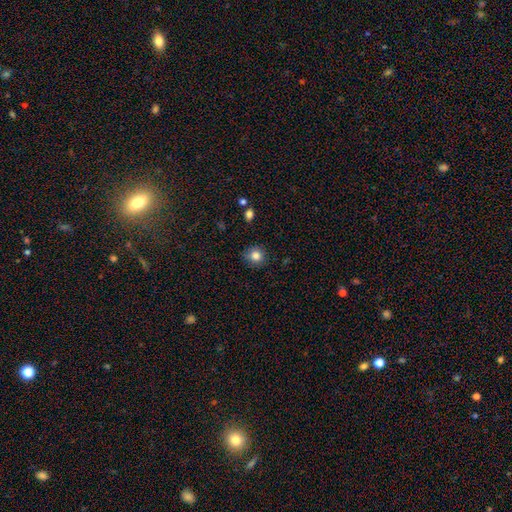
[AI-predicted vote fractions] Smooth or featured?
  - smooth: 83% *
  - star or artifact: 11%
  - featured or disk: 6%
How rounded?
  - round: 90% *
  - in between: 9%
  - cigar-shaped: 1%
Merging?
  - none: 85% *
  - minor disturbance: 11%
  - major disturbance: 2%
  - merger: 1%